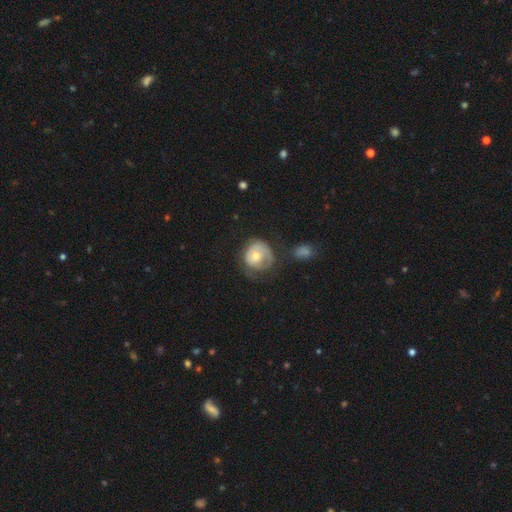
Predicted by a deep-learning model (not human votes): A featured or disk galaxy (53%) with no bar (78%), spiral arms (62%) and a moderate central bulge (58%).

Vote fractions:
- Smooth or featured? featured or disk: 53% / smooth: 41% / star or artifact: 6%
- Edge-on disk? no: 97% / yes: 3%
- Bar? no: 78% / weak: 18% / strong: 4%
- Spiral arms? yes: 62% / no: 38%
- Bulge size? moderate: 58% / small: 36% / large: 4% / none: 1% / dominant: 1%
- Merging? none: 42% / minor disturbance: 27% / major disturbance: 26% / merger: 6%